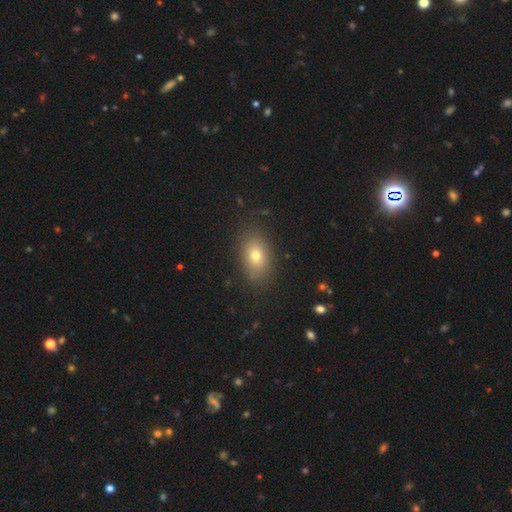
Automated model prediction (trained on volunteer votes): Q: Smooth or featured?
A: smooth (74%); runner-up: featured or disk (14%)
Q: How rounded?
A: in between (83%); runner-up: round (15%)
Q: Merging?
A: none (85%); runner-up: minor disturbance (10%)